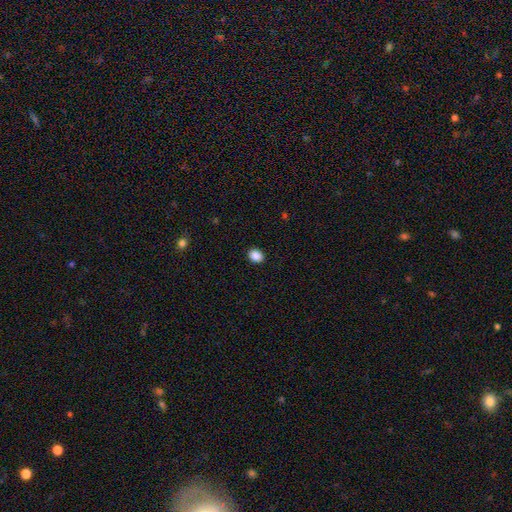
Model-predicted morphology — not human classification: This appears to be a smooth galaxy with no disk features (89%) that is in between round and cigar-shaped (53%). Merging: none (91%).